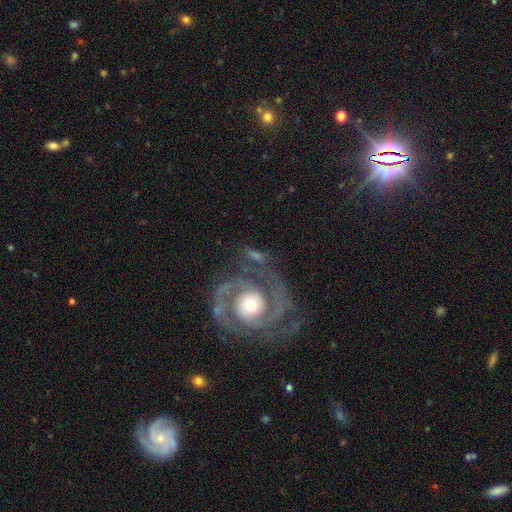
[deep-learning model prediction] Overall: featured or disk (87%). Edge-on disk: no (97%). Bar: no (69%). Spiral arms: yes (95%). Spiral arm count: 2 (78%). Spiral winding: tight (52%; medium 38%). Bulge size: moderate (71%). Merging: none (66%).